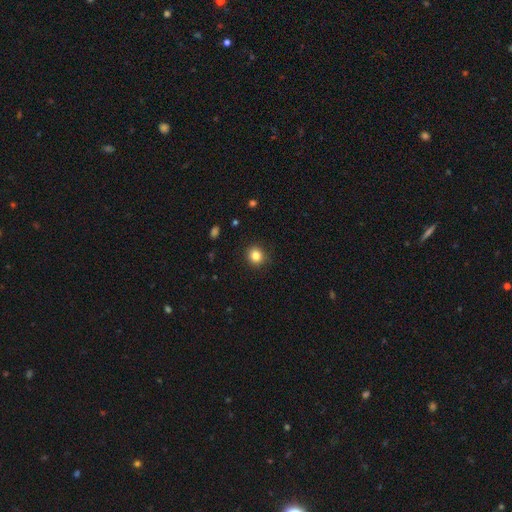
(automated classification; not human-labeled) Smooth or featured? Predicted: smooth (p=0.83). How rounded? Predicted: round (p=0.89). Merging? Predicted: none (p=0.90).